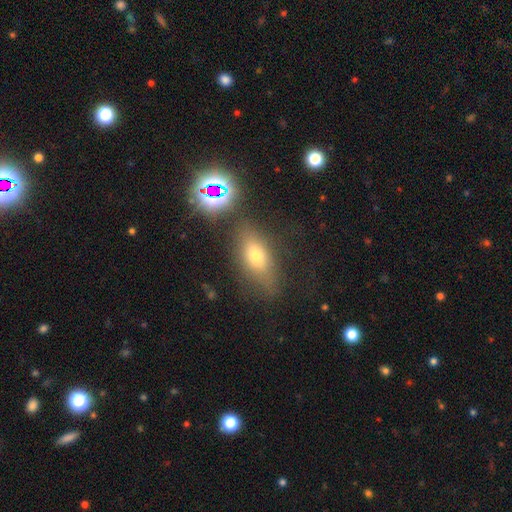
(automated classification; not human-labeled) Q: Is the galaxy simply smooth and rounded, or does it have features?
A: smooth — 61%.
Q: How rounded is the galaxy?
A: in between — 72%.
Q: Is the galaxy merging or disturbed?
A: none — 69%.